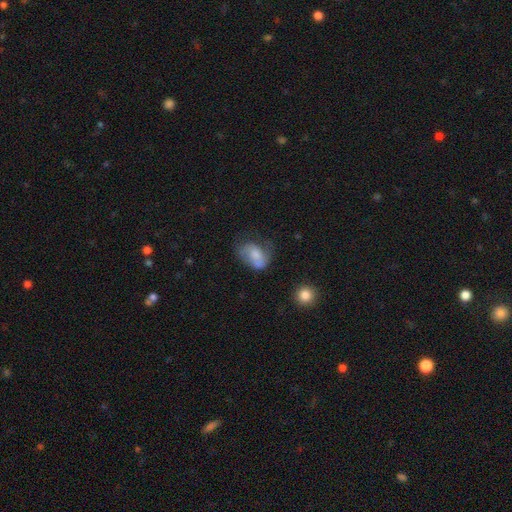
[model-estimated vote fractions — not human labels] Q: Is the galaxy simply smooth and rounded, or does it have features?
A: smooth — 58%.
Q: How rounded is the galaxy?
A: in between — 80%.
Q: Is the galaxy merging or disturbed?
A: none — 35%.